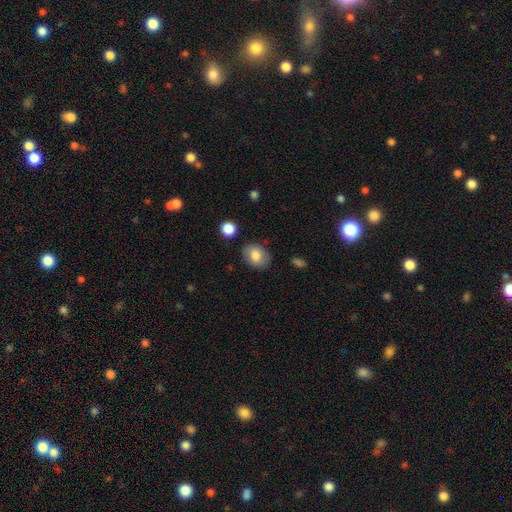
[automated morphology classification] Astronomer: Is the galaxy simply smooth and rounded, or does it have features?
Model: smooth — 82%.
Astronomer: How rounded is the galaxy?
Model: in between — 60% (runner-up: round, 39%).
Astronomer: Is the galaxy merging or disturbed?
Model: none — 82%.